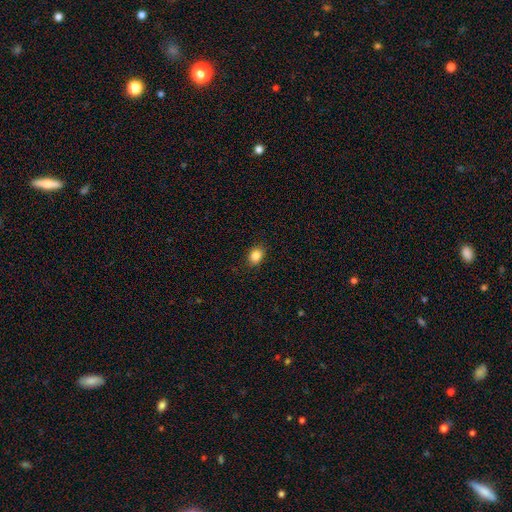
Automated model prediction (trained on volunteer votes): Smooth or featured? smooth (86%)
How rounded? in between (59%)
Merging? none (88%)